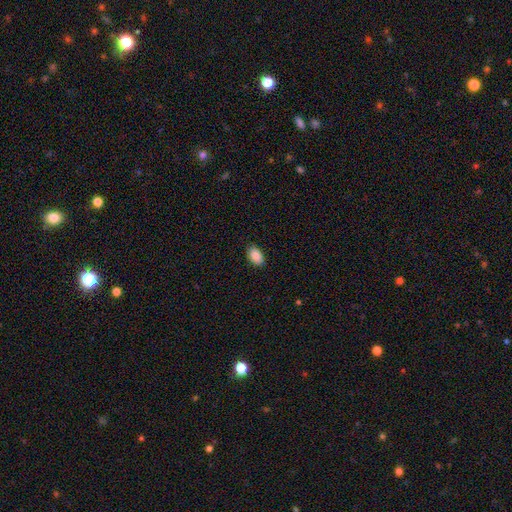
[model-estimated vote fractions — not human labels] Smooth or featured: smooth — 87% (star or artifact — 7%)
How rounded: in between — 91% (round — 8%)
Merging: none — 88% (minor disturbance — 9%)